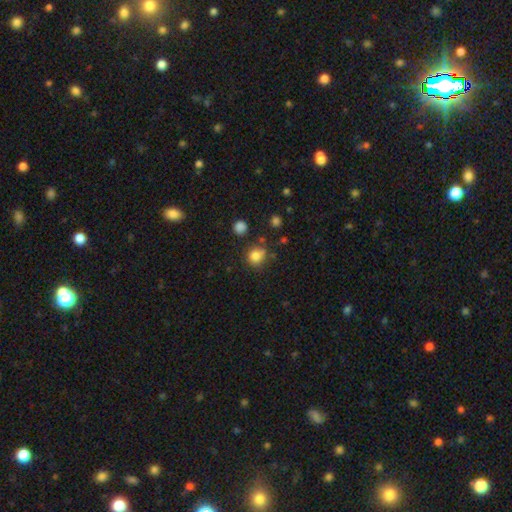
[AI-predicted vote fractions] Overall: smooth (81%). How rounded: round (81%). Merging: none (67%).